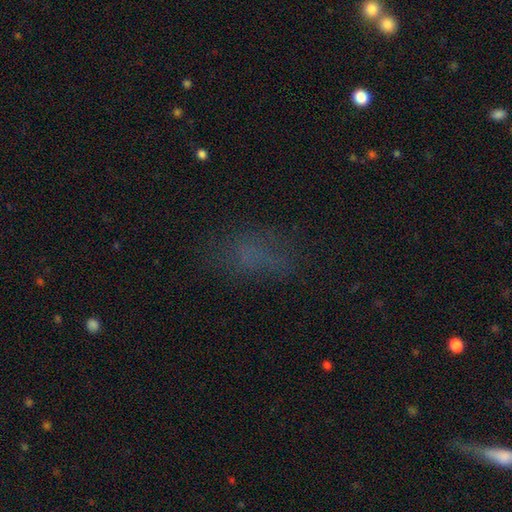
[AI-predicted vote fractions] smooth-or-featured: smooth: 57% | star or artifact: 28% | featured or disk: 15%
  how-rounded: in between: 81% | round: 12% | cigar-shaped: 7%
  merging: none: 63% | minor disturbance: 20% | major disturbance: 15% | merger: 2%